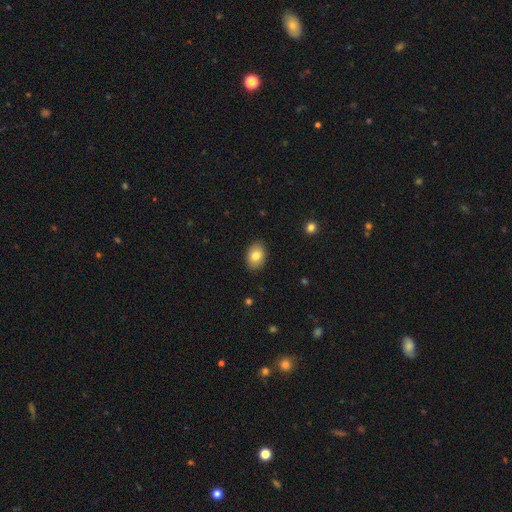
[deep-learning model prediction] Smooth or featured? Predicted: smooth (p=0.82). How rounded? Predicted: in between (p=0.78). Merging? Predicted: none (p=0.89).